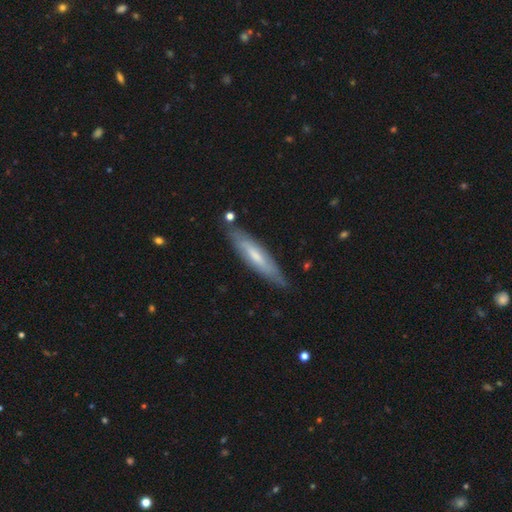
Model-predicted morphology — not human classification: A smooth galaxy with no disk features (48%). Merging: none (80%).